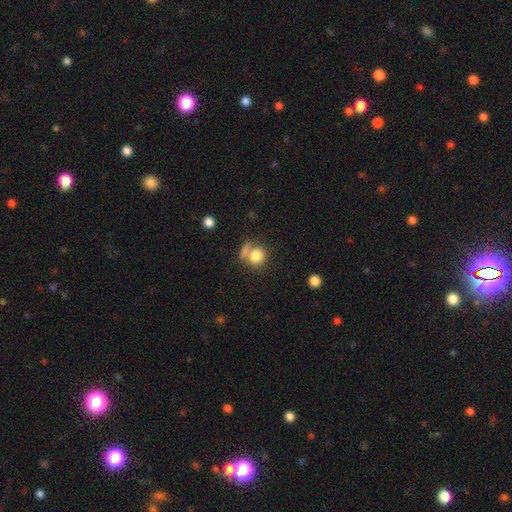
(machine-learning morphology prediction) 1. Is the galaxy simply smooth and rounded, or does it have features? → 80% smooth, 10% star or artifact, 10% featured or disk.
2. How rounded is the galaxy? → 85% round, 13% in between, 1% cigar-shaped.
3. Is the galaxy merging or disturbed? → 53% none, 28% merger, 12% minor disturbance, 7% major disturbance.